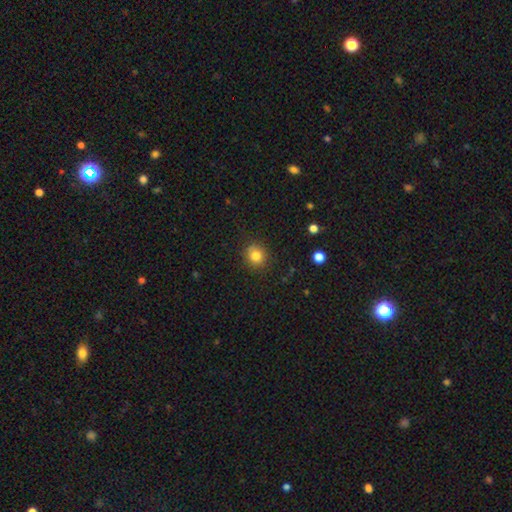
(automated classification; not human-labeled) Q: Smooth or featured?
A: smooth (81%); runner-up: star or artifact (12%)
Q: How rounded?
A: round (86%); runner-up: in between (14%)
Q: Merging?
A: none (86%); runner-up: minor disturbance (10%)